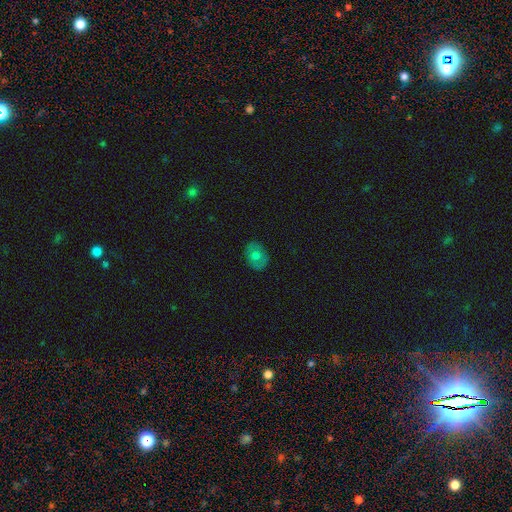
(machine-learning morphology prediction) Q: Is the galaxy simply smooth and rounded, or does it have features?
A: smooth — 61%.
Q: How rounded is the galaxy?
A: in between — 61%.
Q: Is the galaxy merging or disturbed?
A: none — 82%.